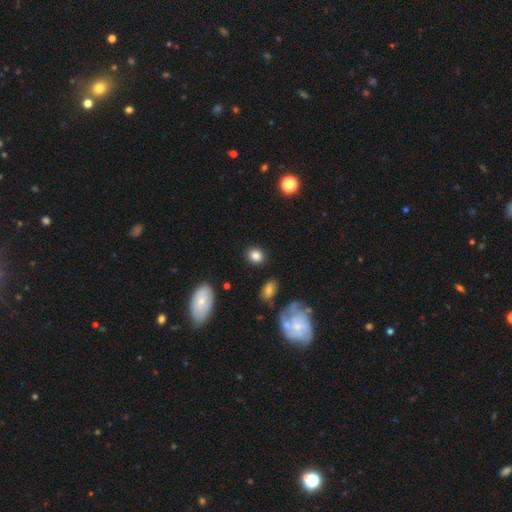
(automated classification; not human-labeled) smooth-or-featured: smooth: 82% | star or artifact: 10% | featured or disk: 8%
  how-rounded: round: 73% | in between: 26% | cigar-shaped: 1%
  merging: none: 86% | minor disturbance: 9% | major disturbance: 3% | merger: 2%